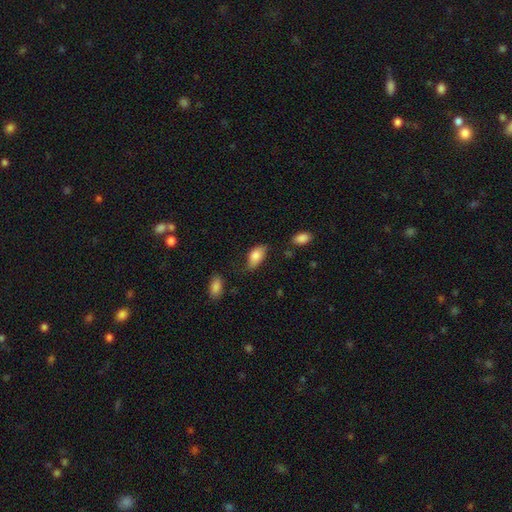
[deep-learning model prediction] Smooth or featured? smooth (81%)
How rounded? in between (92%)
Merging? none (58%)